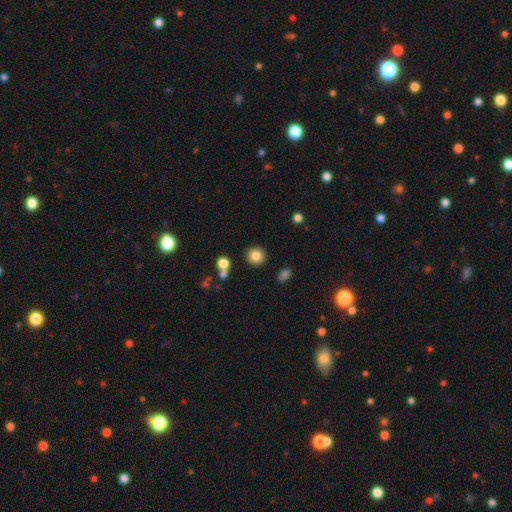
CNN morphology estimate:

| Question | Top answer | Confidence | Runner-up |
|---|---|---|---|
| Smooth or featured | smooth | 83% | star or artifact (11%) |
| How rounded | round | 91% | in between (8%) |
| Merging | none | 87% | minor disturbance (6%) |